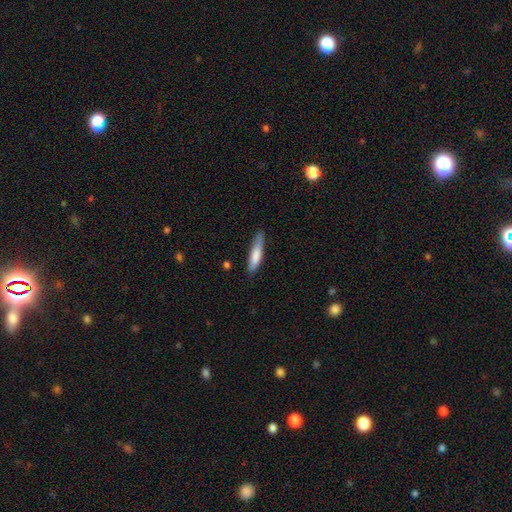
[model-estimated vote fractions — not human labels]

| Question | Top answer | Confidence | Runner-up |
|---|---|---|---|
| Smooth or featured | smooth | 77% | featured or disk (17%) |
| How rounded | cigar-shaped | 81% | in between (17%) |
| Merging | none | 76% | minor disturbance (19%) |